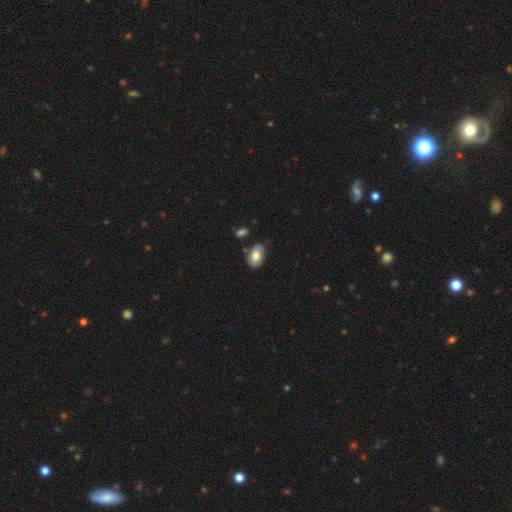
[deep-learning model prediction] Smooth or featured? smooth (75%)
How rounded? in between (90%)
Merging? none (70%)